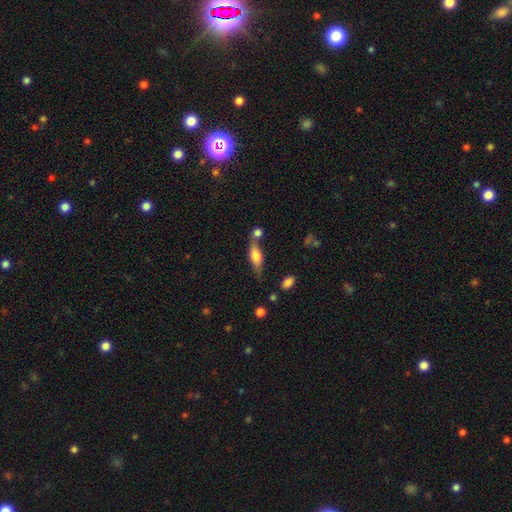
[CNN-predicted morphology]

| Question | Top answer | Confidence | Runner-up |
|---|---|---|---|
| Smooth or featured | smooth | 59% | featured or disk (33%) |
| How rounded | in between | 60% | cigar-shaped (36%) |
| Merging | none | 49% | merger (25%) |